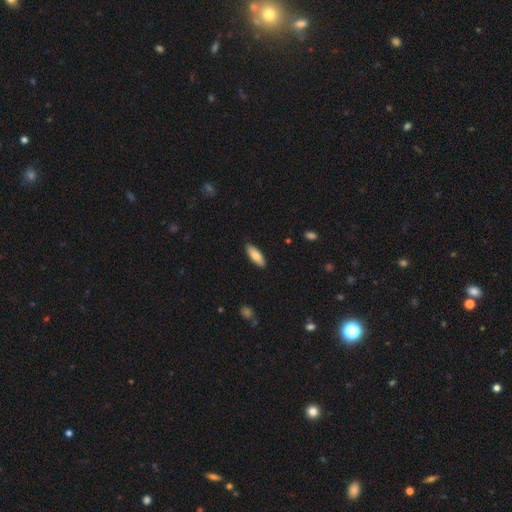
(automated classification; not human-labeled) Morphology: type=smooth (78%); roundness=in between (67%); merging=none (88%).